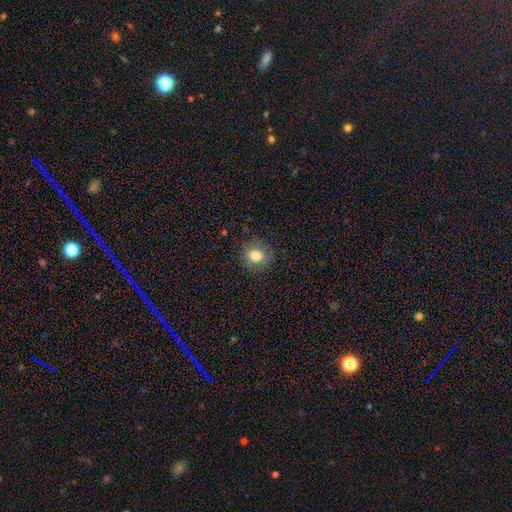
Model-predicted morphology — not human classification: Smooth or featured? Predicted: smooth (p=0.81). How rounded? Predicted: round (p=0.74). Merging? Predicted: none (p=0.85).